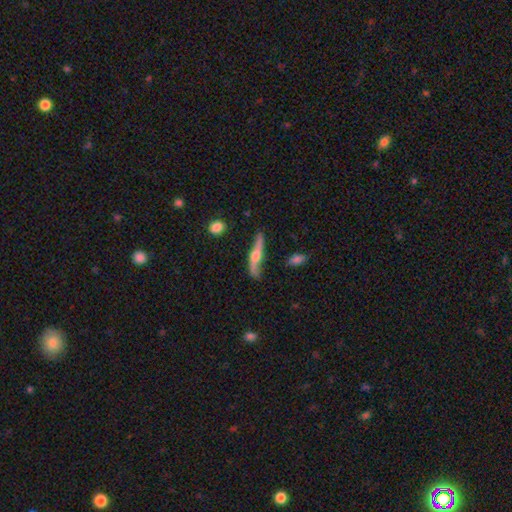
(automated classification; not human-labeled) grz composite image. It shows a featured or disk galaxy (72%) viewed edge-on (67%). Merging: none (73%).